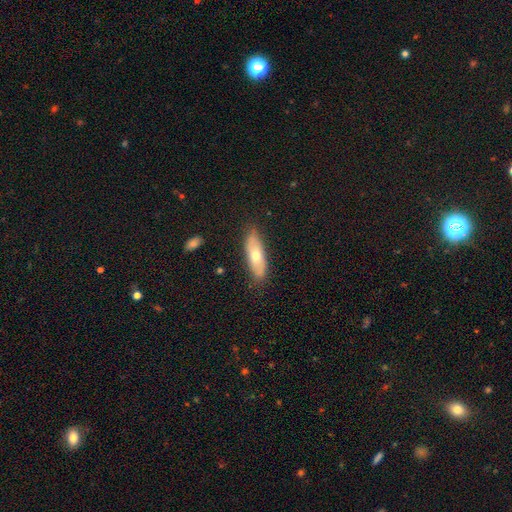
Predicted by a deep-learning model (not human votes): Overall: smooth (60%; featured or disk 34%). How rounded: in between (61%; cigar-shaped 36%). Merging: none (82%).